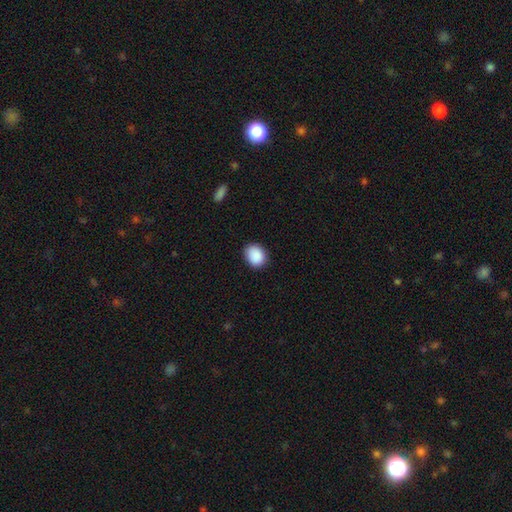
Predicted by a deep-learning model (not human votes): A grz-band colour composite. It shows a smooth galaxy with no disk features (90%) that is in between round and cigar-shaped (52%). Merging: none (85%).